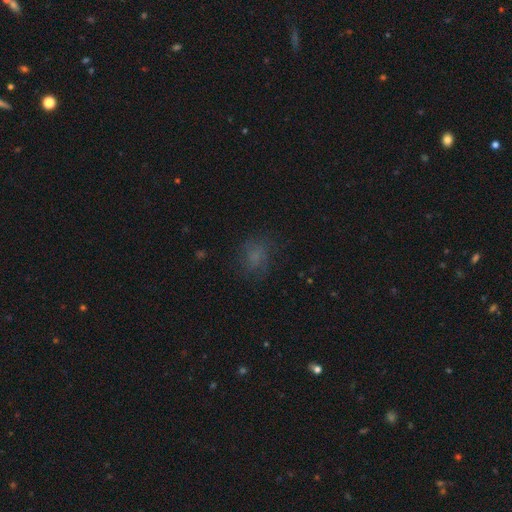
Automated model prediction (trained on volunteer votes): smooth_or_featured: smooth (p=0.61) [alt: star or artifact p=0.21]
how_rounded: round (p=0.54) [alt: in between p=0.45]
merging: none (p=0.69) [alt: minor disturbance p=0.17]